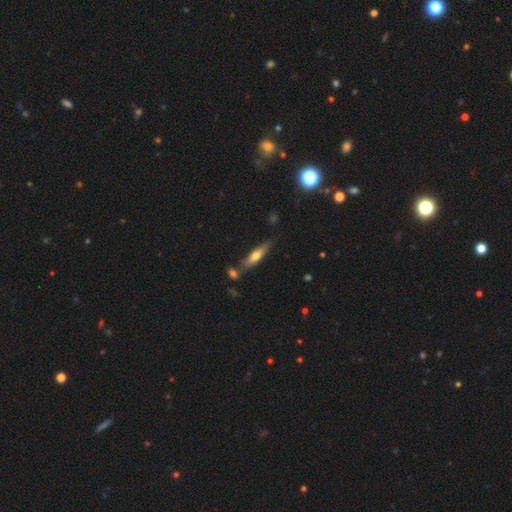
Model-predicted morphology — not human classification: smooth 57%, featured or disk 36%, star or artifact 6%. Down the decision tree: how rounded — cigar-shaped (73%); merging — none (73%).